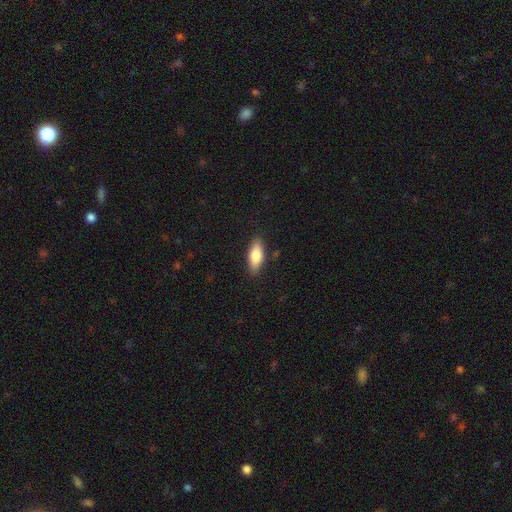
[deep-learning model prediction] Smooth or featured?
  - smooth: 77% *
  - featured or disk: 16%
  - star or artifact: 6%
How rounded?
  - in between: 75% *
  - cigar-shaped: 23%
  - round: 3%
Merging?
  - none: 86% *
  - minor disturbance: 10%
  - major disturbance: 2%
  - merger: 1%